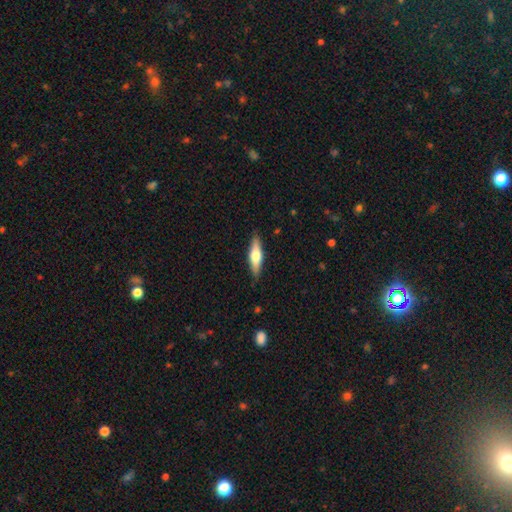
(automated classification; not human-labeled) Smooth or featured?
  - smooth: 48% *
  - featured or disk: 46%
  - star or artifact: 6%
Merging?
  - none: 87% *
  - minor disturbance: 10%
  - major disturbance: 2%
  - merger: 1%